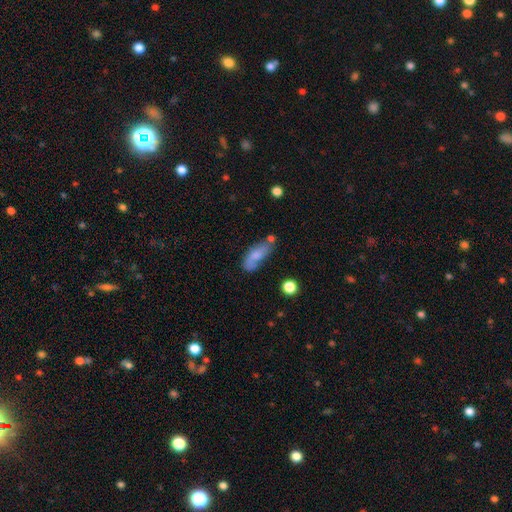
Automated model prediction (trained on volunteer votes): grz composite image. It shows a smooth galaxy with no disk features (65%) that is in between round and cigar-shaped (73%). Merging: none (50%).